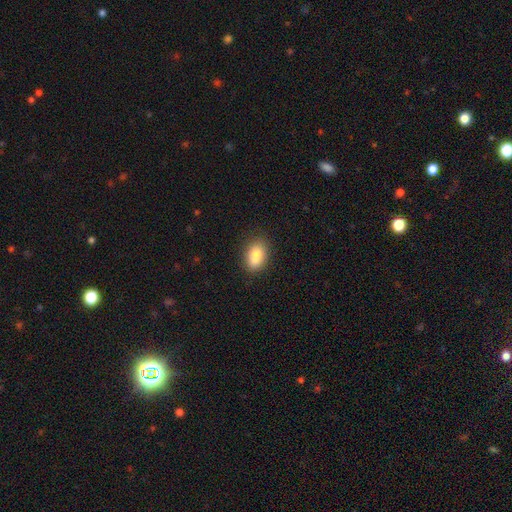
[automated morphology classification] Smooth or featured? Predicted: smooth (p=0.86). How rounded? Predicted: in between (p=0.89). Merging? Predicted: none (p=0.81).